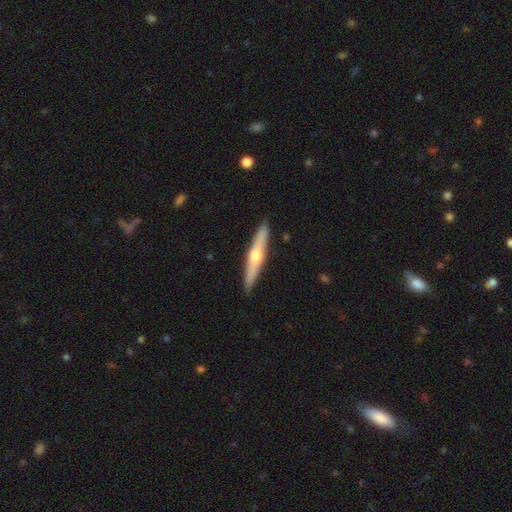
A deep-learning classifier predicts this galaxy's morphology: Smooth or featured?
  - featured or disk: 63% *
  - smooth: 31%
  - star or artifact: 6%
Edge-on disk?
  - yes: 95% *
  - no: 5%
Edge-on bulge?
  - rounded: 91% *
  - none: 6%
  - boxy: 3%
Merging?
  - none: 91% *
  - minor disturbance: 6%
  - major disturbance: 1%
  - merger: 1%